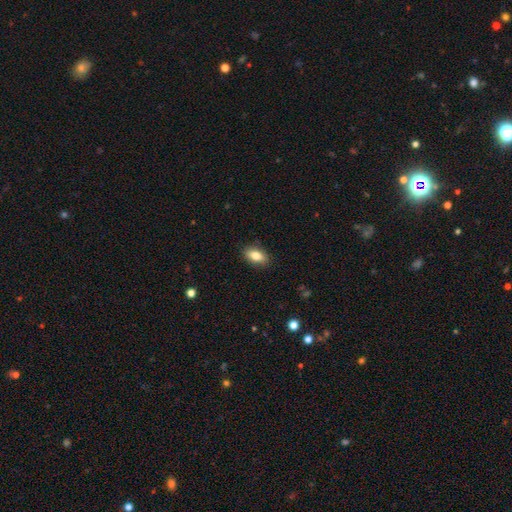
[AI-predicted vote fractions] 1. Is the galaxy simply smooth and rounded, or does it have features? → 83% smooth, 10% featured or disk, 7% star or artifact.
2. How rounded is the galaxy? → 89% in between, 6% round, 5% cigar-shaped.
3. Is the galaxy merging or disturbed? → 87% none, 10% minor disturbance, 2% major disturbance, 1% merger.